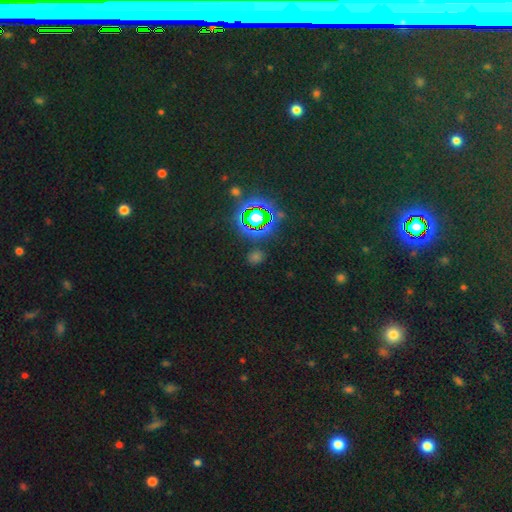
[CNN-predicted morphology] This is likely a star or artifact rather than a galaxy (61%).